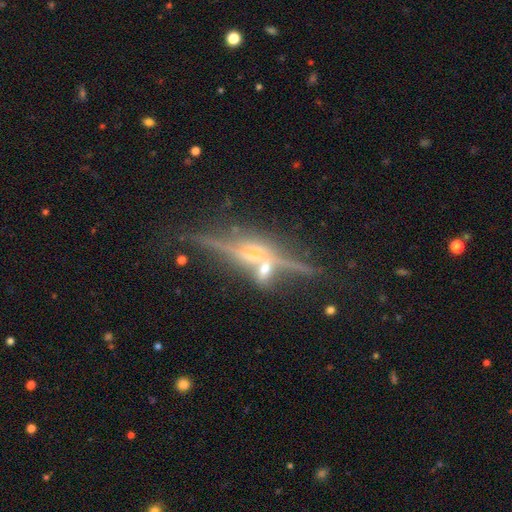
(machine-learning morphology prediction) Q: Smooth or featured?
A: featured or disk (81%); runner-up: star or artifact (11%)
Q: Edge-on disk?
A: yes (89%); runner-up: no (11%)
Q: Edge-on bulge?
A: rounded (88%); runner-up: boxy (7%)
Q: Merging?
A: none (57%); runner-up: merger (25%)